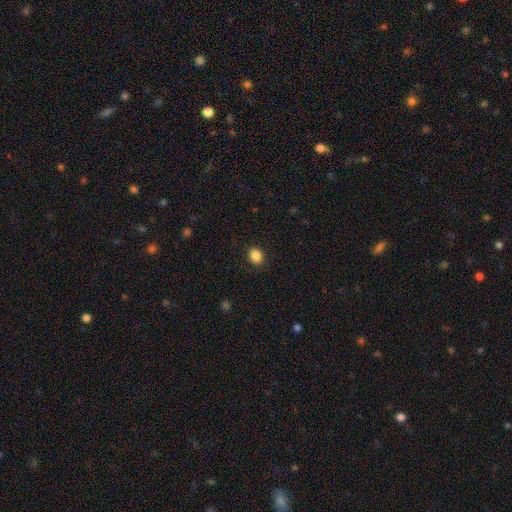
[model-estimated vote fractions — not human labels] The model was most divided on "how rounded": round: 61%, in between: 38%, cigar-shaped: 1%. More confident: merging — none (89%); smooth or featured — smooth (87%).